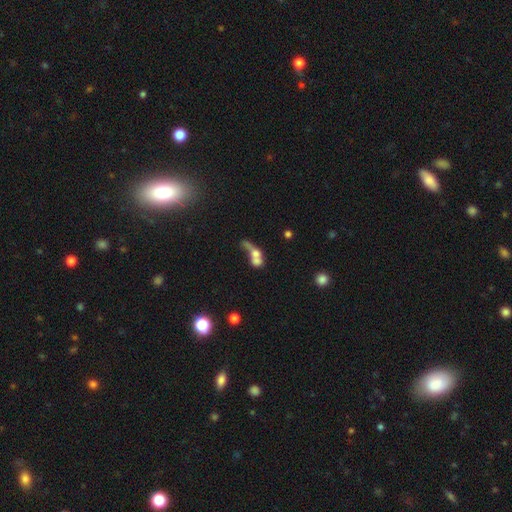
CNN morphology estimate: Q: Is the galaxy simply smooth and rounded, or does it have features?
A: smooth — 52%.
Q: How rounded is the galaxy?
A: in between — 46%.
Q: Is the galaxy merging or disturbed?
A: merger — 63%.